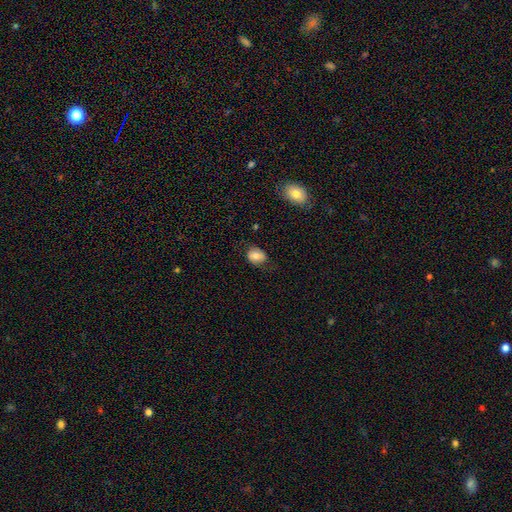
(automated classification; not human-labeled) Overall: smooth (76%). How rounded: in between (56%; round 43%). Merging: none (74%).